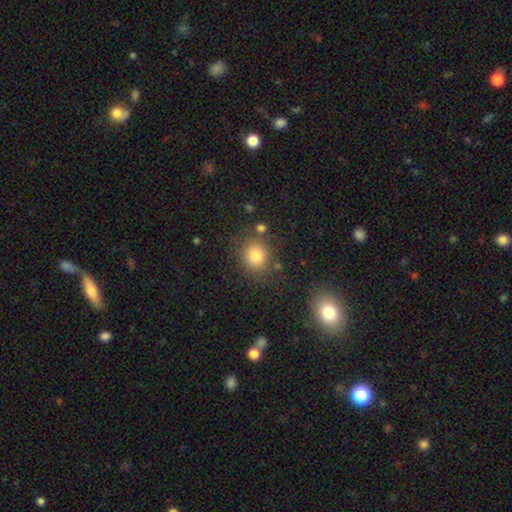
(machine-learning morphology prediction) A smooth galaxy with no disk features (81%) that is round (75%).

Vote fractions:
- Smooth or featured? smooth: 81% / star or artifact: 12% / featured or disk: 8%
- How rounded? round: 75% / in between: 24% / cigar-shaped: 1%
- Merging? none: 77% / minor disturbance: 12% / merger: 6% / major disturbance: 5%